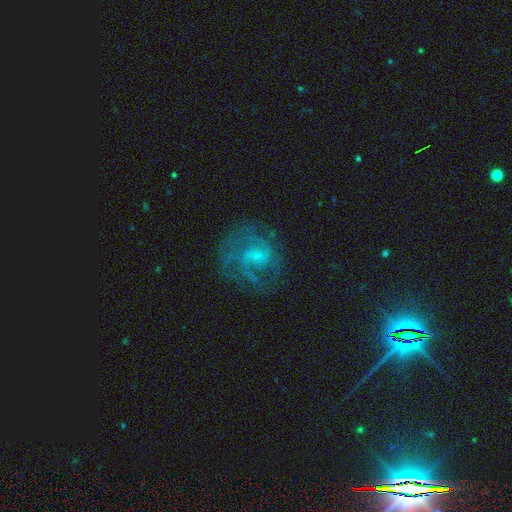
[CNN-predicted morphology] The model was most divided on "bar": weak: 48%, no: 43%, strong: 9%. Remaining: edge-on disk — no (98%); spiral arms — yes (89%); smooth or featured — featured or disk (77%); merging — none (66%); bulge size — small (54%); spiral winding — medium (48%); spiral arm count — 2 (34%).